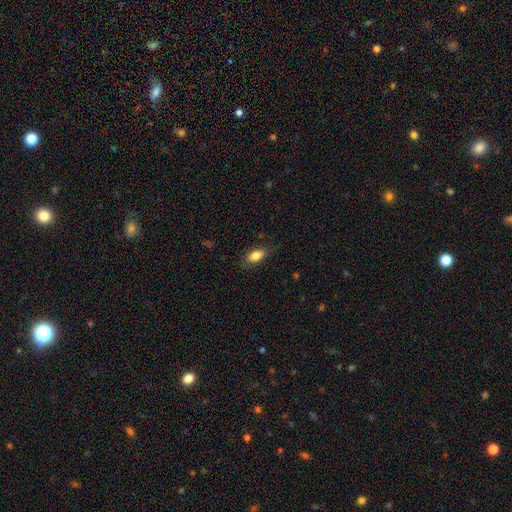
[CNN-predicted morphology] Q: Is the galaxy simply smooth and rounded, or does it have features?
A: smooth — 83%.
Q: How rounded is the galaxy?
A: in between — 88%.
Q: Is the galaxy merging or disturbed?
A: none — 81%.